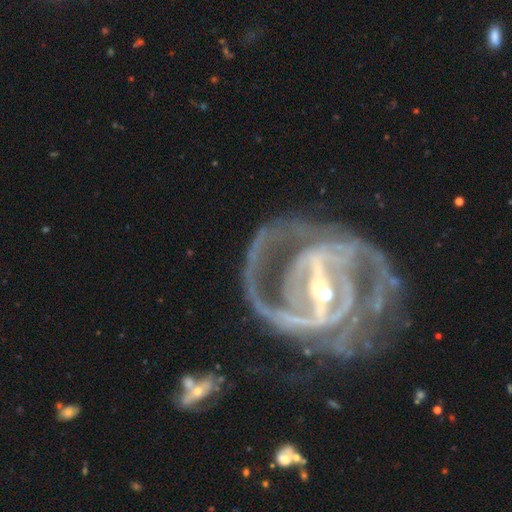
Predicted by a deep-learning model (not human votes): A featured or disk galaxy (91%) with a strong bar (74%), 2 (54%) medium (44%) spiral arms (96%) and a small central bulge (62%).

Vote fractions:
- Smooth or featured? featured or disk: 91% / star or artifact: 6% / smooth: 3%
- Edge-on disk? no: 97% / yes: 3%
- Bar? strong: 74% / weak: 20% / no: 6%
- Spiral arms? yes: 96% / no: 4%
- Spiral winding? medium: 44% / tight: 43% / loose: 13%
- Spiral arm count? 2: 54% / 3: 15% / can't tell: 14% / 4: 7% / 1: 6% / more than 4: 5%
- Bulge size? small: 62% / moderate: 31% / large: 3% / none: 3% / dominant: 1%
- Merging? none: 57% / major disturbance: 22% / minor disturbance: 17% / merger: 4%